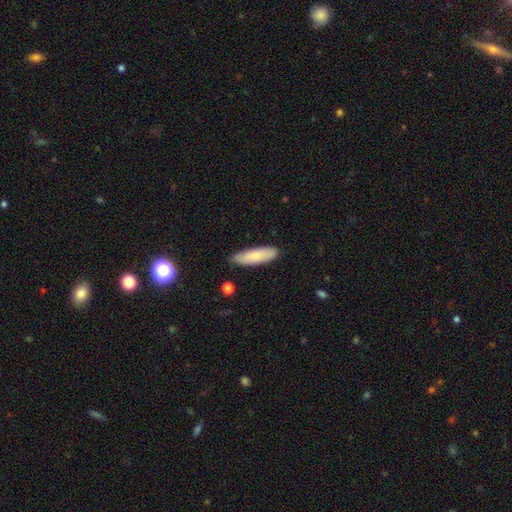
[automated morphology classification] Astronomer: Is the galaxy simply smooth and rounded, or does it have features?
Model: smooth — 79%.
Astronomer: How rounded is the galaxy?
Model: cigar-shaped — 56% (runner-up: in between, 43%).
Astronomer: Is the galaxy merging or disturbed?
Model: none — 83%.